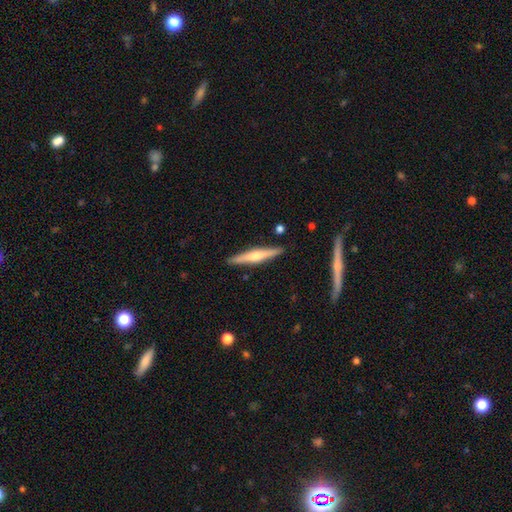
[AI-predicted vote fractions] Q: Smooth or featured?
A: featured or disk (63%); runner-up: smooth (32%)
Q: Edge-on disk?
A: yes (97%); runner-up: no (3%)
Q: Edge-on bulge?
A: rounded (85%); runner-up: none (8%)
Q: Merging?
A: none (90%); runner-up: minor disturbance (7%)